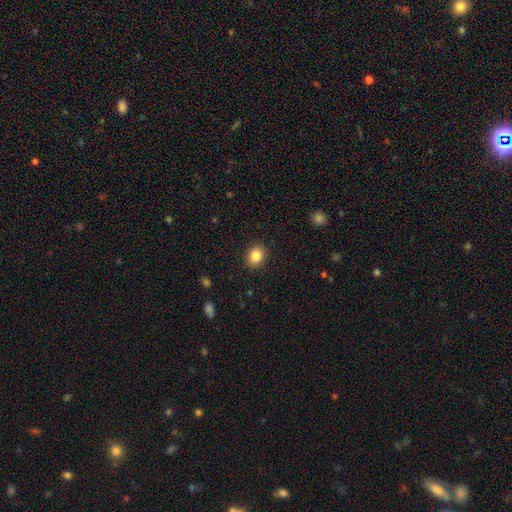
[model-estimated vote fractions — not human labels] Smooth or featured? smooth (85%)
How rounded? round (59%)
Merging? none (89%)